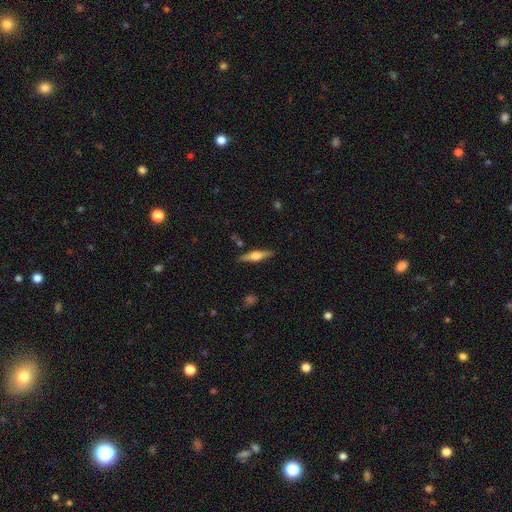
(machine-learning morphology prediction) Smooth or featured? Predicted: featured or disk (p=0.64). Edge-on disk? Predicted: yes (p=0.96). Edge-on bulge? Predicted: rounded (p=0.91). Merging? Predicted: none (p=0.87).